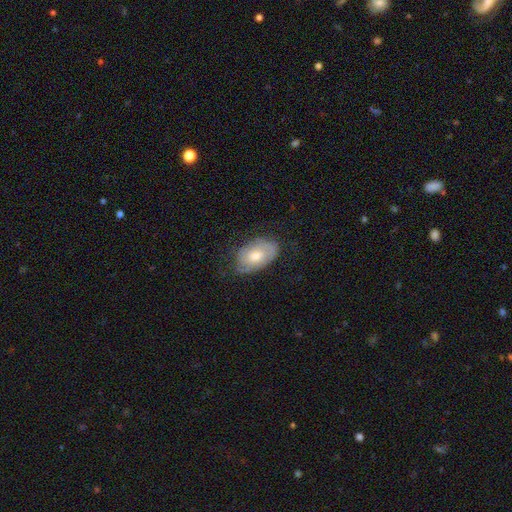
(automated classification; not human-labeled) Smooth or featured? Predicted: featured or disk (p=0.54). Edge-on disk? Predicted: no (p=0.93). Bar? Predicted: no (p=0.77). Spiral arms? Predicted: yes (p=0.71). Bulge size? Predicted: moderate (p=0.68). Merging? Predicted: none (p=0.65).